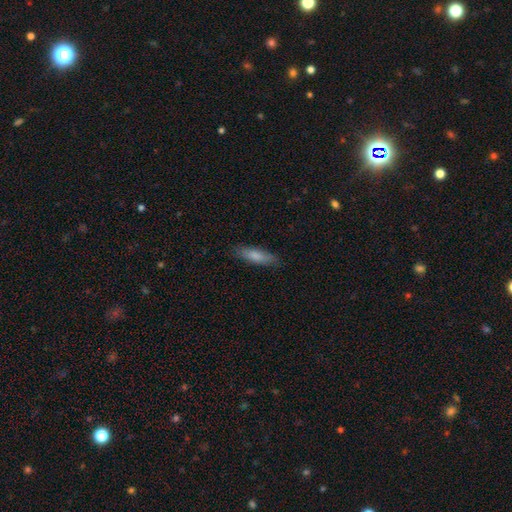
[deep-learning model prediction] This is clearly a smooth galaxy (80%). How rounded: possibly cigar-shaped (60%). Merging: clearly none (84%).